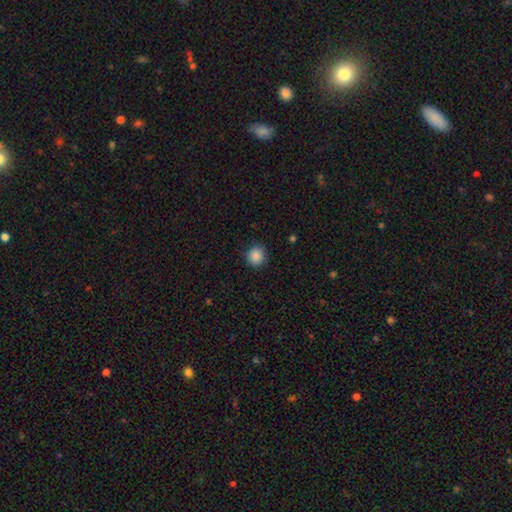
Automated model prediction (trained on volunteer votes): Smooth or featured? smooth (87%)
How rounded? round (91%)
Merging? none (89%)